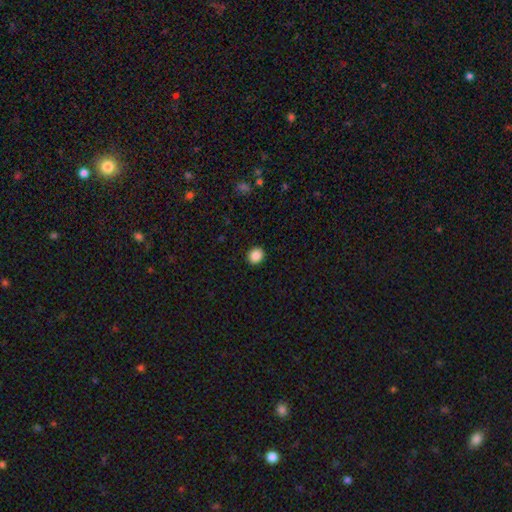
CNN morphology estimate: This appears to be a smooth galaxy with no disk features (88%) that is round (77%). Merging: none (92%).